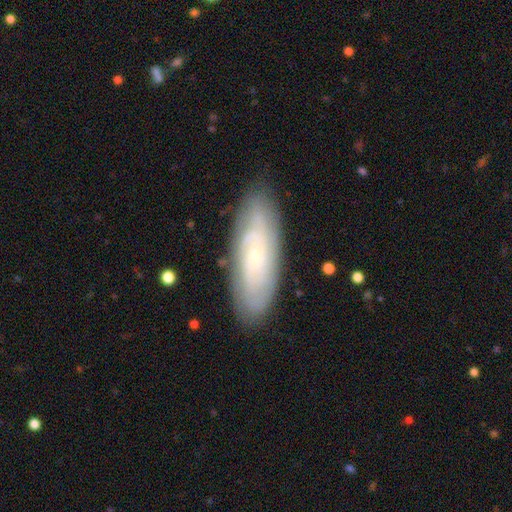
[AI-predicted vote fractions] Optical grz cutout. It shows a featured or disk galaxy (60%) with no bar (75%), spiral arms (85%) and a small central bulge (78%). Merging: none (83%).